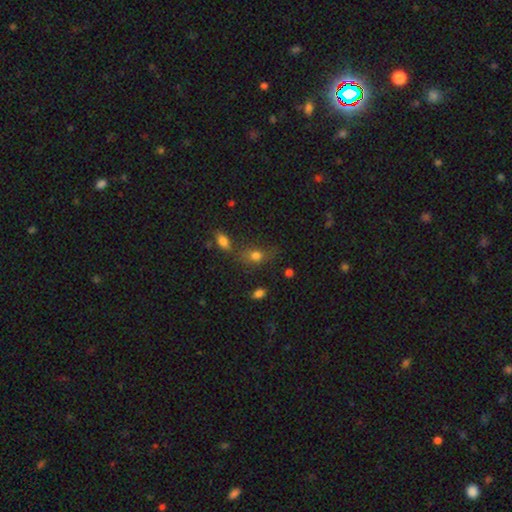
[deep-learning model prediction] The model was most divided on "how rounded": in between: 63%, round: 33%, cigar-shaped: 4%. More confident: smooth or featured — smooth (77%); merging — none (57%).